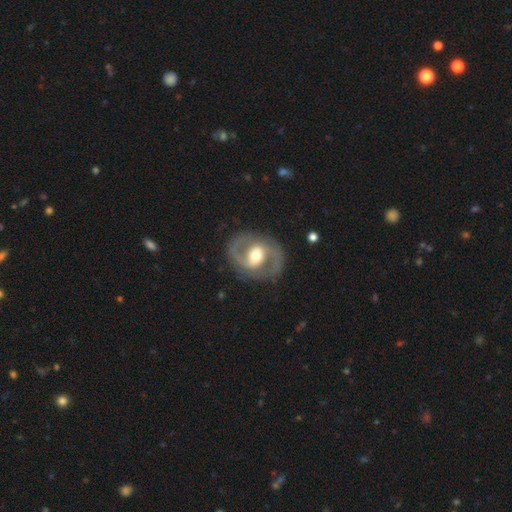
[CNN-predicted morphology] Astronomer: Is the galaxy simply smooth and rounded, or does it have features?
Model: featured or disk — 85%.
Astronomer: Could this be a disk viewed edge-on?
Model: no — 97%.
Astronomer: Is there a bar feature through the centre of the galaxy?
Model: weak — 43% (runner-up: strong, 30%).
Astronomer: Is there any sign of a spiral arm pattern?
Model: yes — 89%.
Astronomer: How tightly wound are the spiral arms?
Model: medium — 58%.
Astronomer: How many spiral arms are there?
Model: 2 — 92%.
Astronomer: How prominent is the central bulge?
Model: moderate — 70%.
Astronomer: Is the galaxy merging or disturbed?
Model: none — 84%.